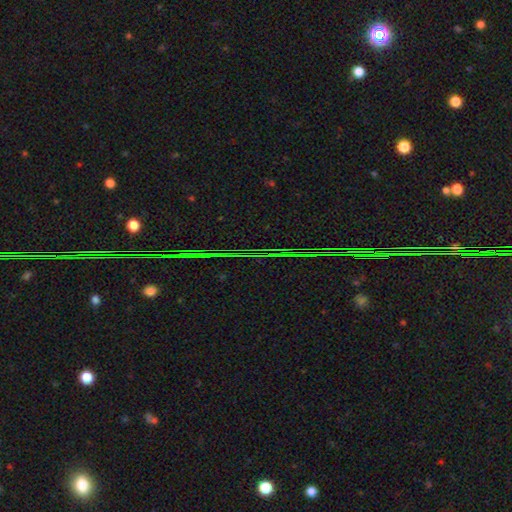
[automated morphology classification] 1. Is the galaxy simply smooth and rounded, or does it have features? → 84% star or artifact, 8% featured or disk, 8% smooth.